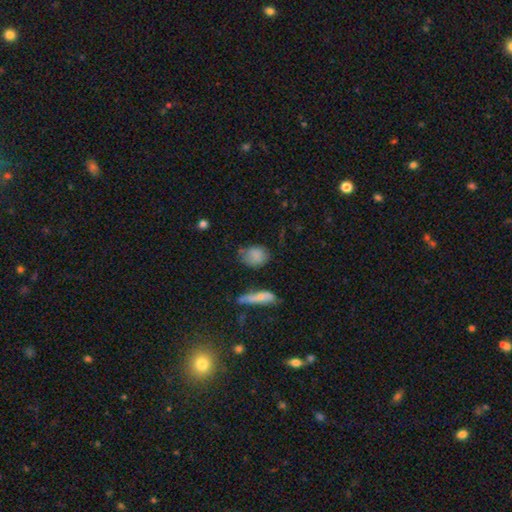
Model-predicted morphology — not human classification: A smooth galaxy with no disk features (79%) that is in between round and cigar-shaped (54%).

Vote fractions:
- Smooth or featured? smooth: 79% / featured or disk: 11% / star or artifact: 10%
- How rounded? in between: 54% / round: 43% / cigar-shaped: 4%
- Merging? none: 59% / minor disturbance: 25% / major disturbance: 9% / merger: 7%